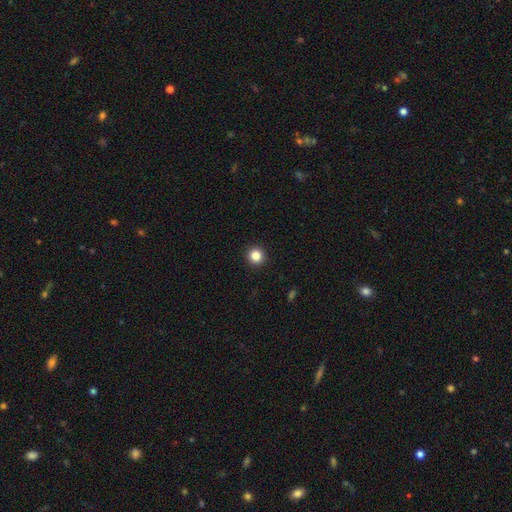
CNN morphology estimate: This is clearly a smooth galaxy (84%). How rounded: clearly round (95%). Merging: clearly none (94%).